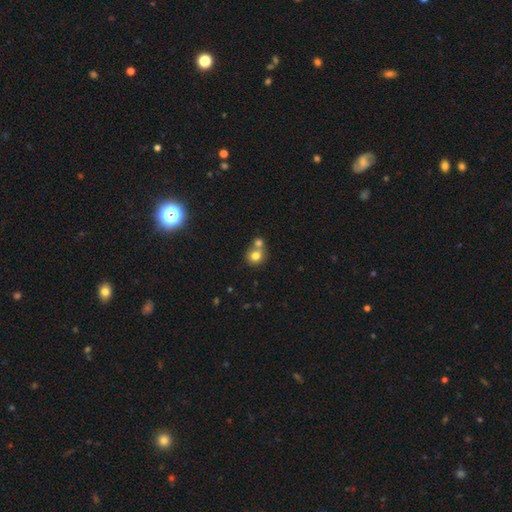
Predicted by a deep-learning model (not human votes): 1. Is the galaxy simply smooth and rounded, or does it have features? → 77% smooth, 12% featured or disk, 11% star or artifact.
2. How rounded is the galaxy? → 82% round, 18% in between, 1% cigar-shaped.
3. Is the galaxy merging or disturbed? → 47% merger, 42% none, 8% minor disturbance, 3% major disturbance.